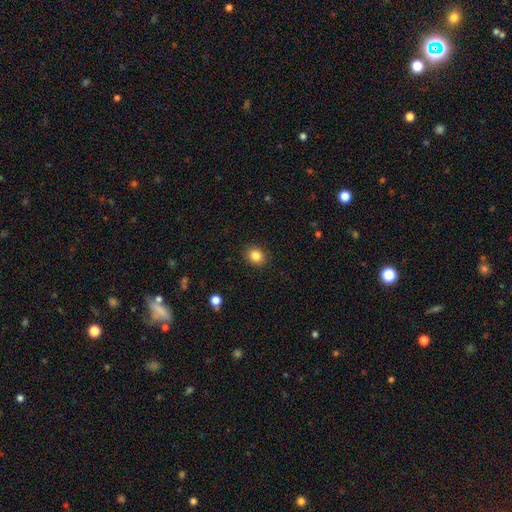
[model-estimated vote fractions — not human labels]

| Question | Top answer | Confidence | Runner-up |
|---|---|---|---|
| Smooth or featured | smooth | 85% | star or artifact (10%) |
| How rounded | round | 67% | in between (32%) |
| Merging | none | 90% | minor disturbance (7%) |